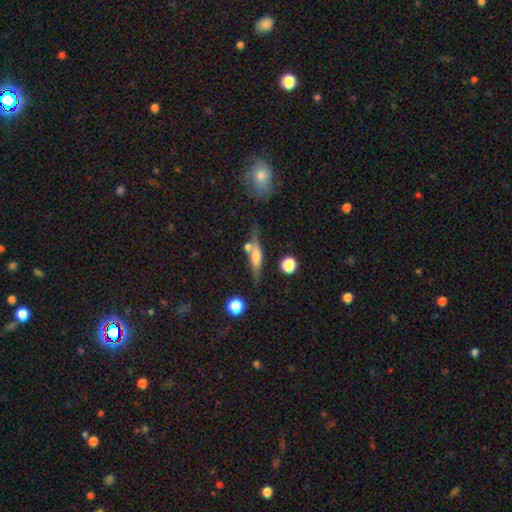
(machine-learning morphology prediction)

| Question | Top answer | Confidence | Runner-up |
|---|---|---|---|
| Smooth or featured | smooth | 47% | featured or disk (45%) |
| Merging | none | 62% | minor disturbance (18%) |